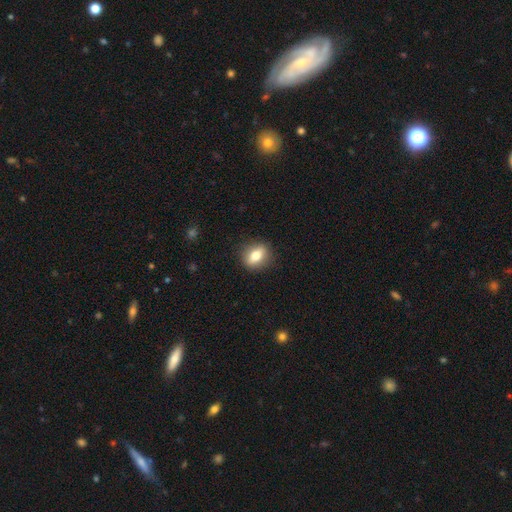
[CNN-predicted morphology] Smooth or featured: smooth — 74% (featured or disk — 18%)
How rounded: in between — 60% (round — 35%)
Merging: none — 87% (minor disturbance — 10%)